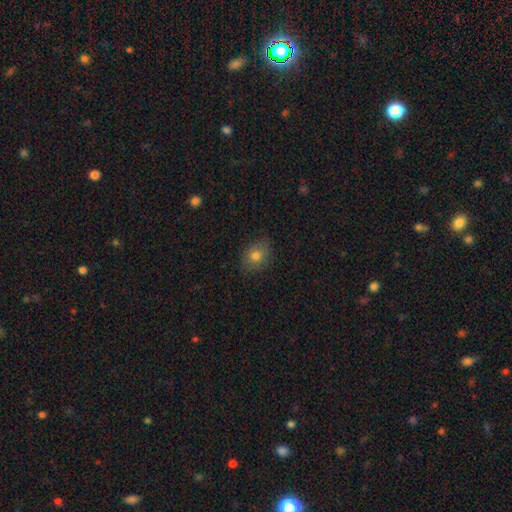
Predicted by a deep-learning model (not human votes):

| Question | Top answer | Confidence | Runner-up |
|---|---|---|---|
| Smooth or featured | smooth | 77% | featured or disk (12%) |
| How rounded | in between | 62% | round (37%) |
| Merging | none | 80% | minor disturbance (15%) |